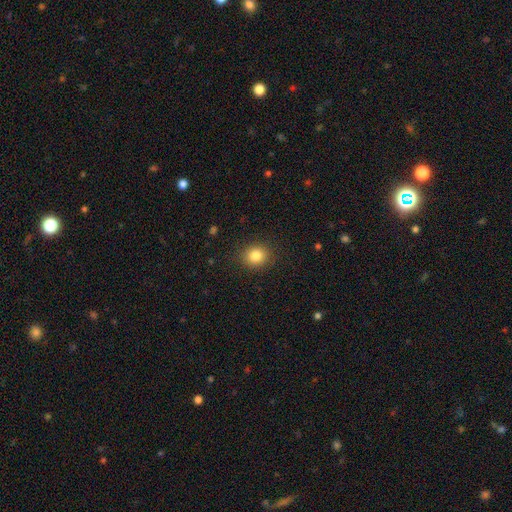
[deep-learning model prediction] Overall: smooth (83%). How rounded: round (77%). Merging: none (89%).